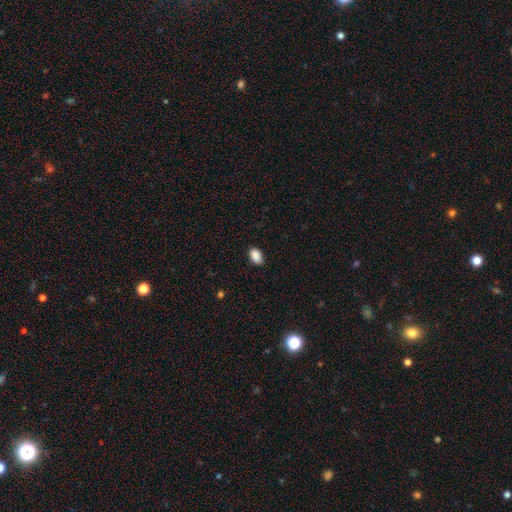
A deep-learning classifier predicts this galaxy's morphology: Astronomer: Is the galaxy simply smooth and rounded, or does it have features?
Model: smooth — 89%.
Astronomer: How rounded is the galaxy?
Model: in between — 87%.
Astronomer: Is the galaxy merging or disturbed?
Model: none — 85%.